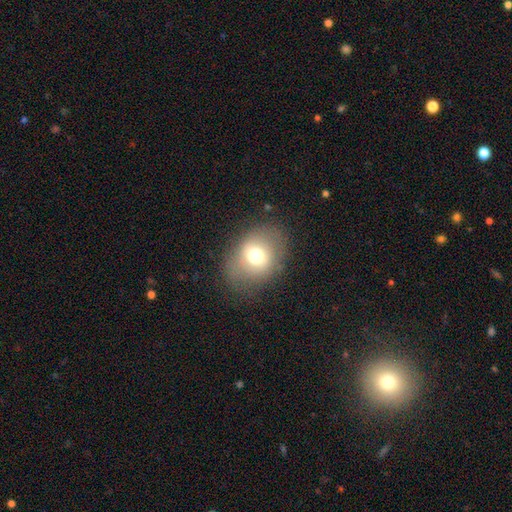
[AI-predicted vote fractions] Morphology: type=smooth (67%); roundness=in between (55%); merging=none (75%).